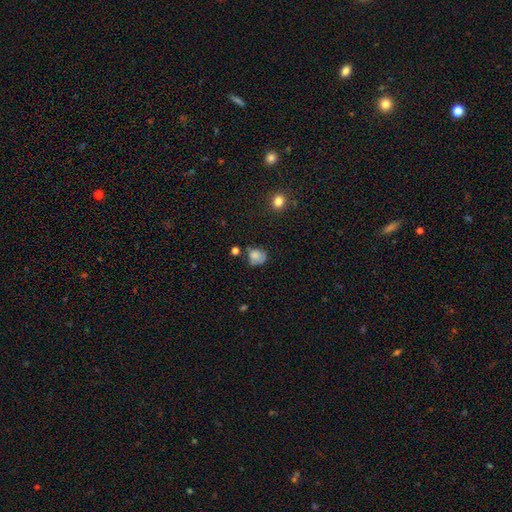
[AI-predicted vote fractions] smooth 77%, featured or disk 12%, star or artifact 11%. Down the decision tree: how rounded — round (66%); merging — none (48%).